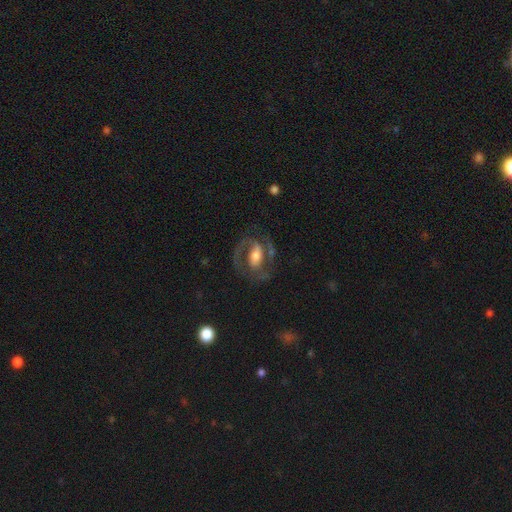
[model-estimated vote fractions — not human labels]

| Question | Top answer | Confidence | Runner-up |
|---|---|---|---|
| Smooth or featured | featured or disk | 79% | smooth (15%) |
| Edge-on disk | no | 96% | yes (4%) |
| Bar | strong | 39% | weak (36%) |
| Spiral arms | yes | 89% | no (11%) |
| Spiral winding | medium | 55% | tight (28%) |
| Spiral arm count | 2 | 84% | 1 (8%) |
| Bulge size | moderate | 56% | small (21%) |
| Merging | none | 66% | minor disturbance (16%) |